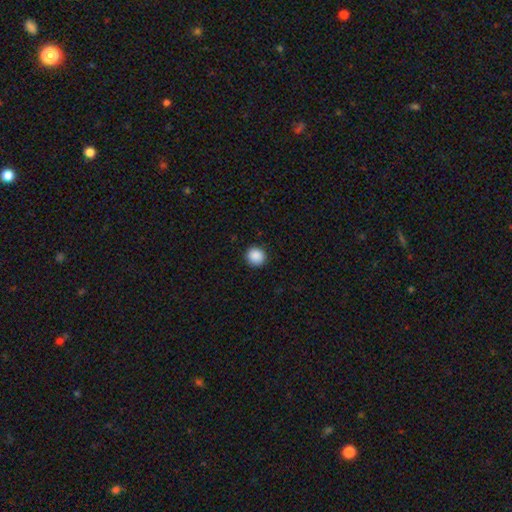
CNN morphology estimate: smooth 89%, star or artifact 9%, featured or disk 2%. Down the decision tree: how rounded — round (90%); merging — none (91%).